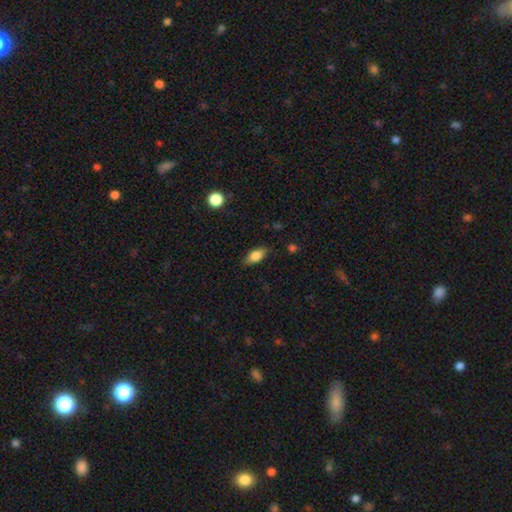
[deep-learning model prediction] The model was most divided on "smooth or featured": smooth: 77%, featured or disk: 16%, star or artifact: 8%. More confident: merging — none (84%); how rounded — in between (83%).